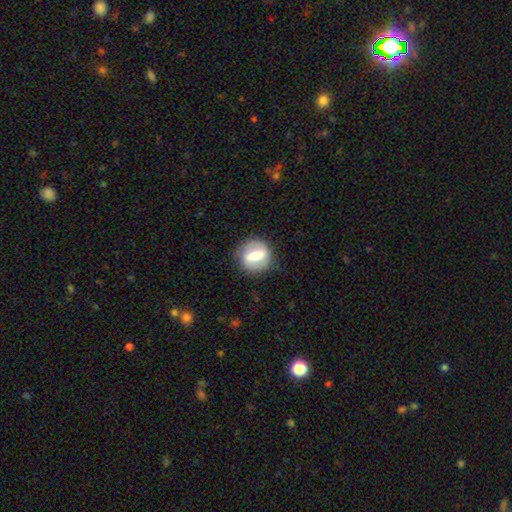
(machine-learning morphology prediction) A featured or disk galaxy (50%).

Vote fractions:
- Smooth or featured? featured or disk: 50% / smooth: 43% / star or artifact: 6%
- Edge-on disk? no: 91% / yes: 9%
- Merging? none: 81% / minor disturbance: 13% / major disturbance: 5% / merger: 1%